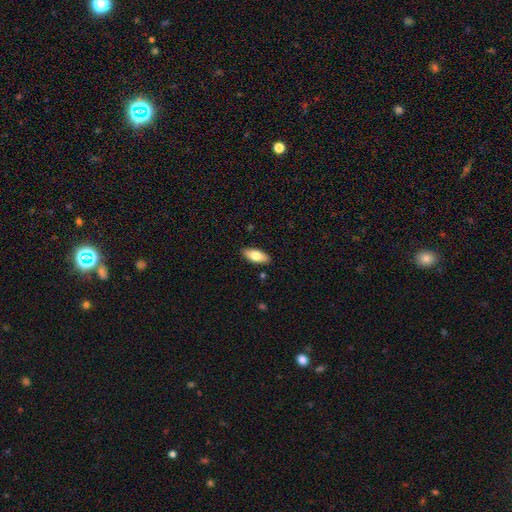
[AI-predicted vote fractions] Smooth or featured?
  - smooth: 72% *
  - featured or disk: 22%
  - star or artifact: 6%
How rounded?
  - in between: 83% *
  - cigar-shaped: 14%
  - round: 2%
Merging?
  - none: 87% *
  - minor disturbance: 9%
  - major disturbance: 2%
  - merger: 1%